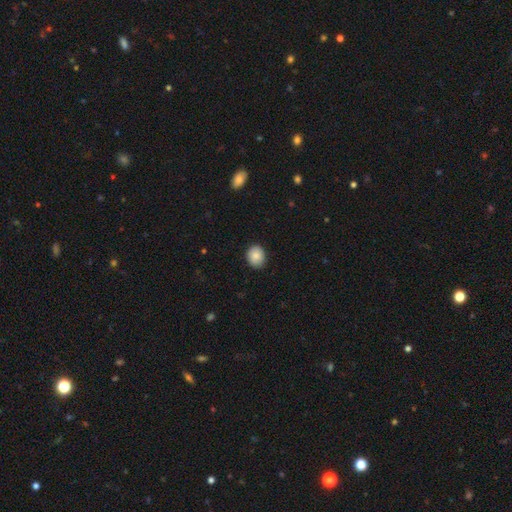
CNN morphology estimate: Overall: smooth (87%). How rounded: round (61%; in between 38%). Merging: none (87%).